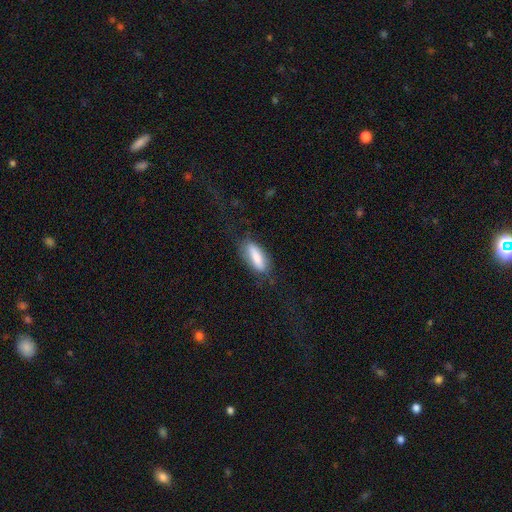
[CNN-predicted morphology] Q: Smooth or featured?
A: smooth (76%); runner-up: featured or disk (18%)
Q: How rounded?
A: in between (60%); runner-up: cigar-shaped (38%)
Q: Merging?
A: none (72%); runner-up: minor disturbance (18%)